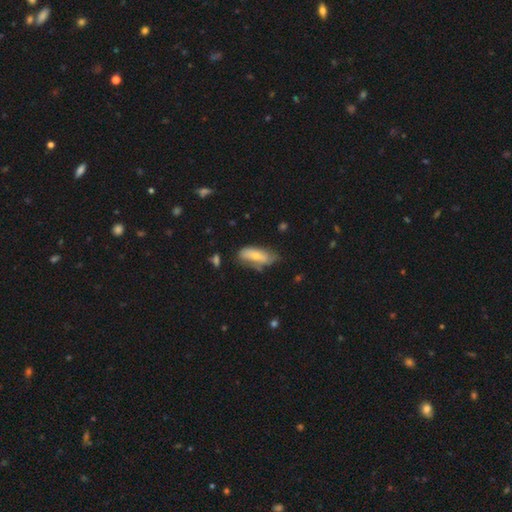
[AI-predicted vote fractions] Overall: smooth (65%; featured or disk 28%). How rounded: in between (80%). Merging: none (52%; minor disturbance 33%).